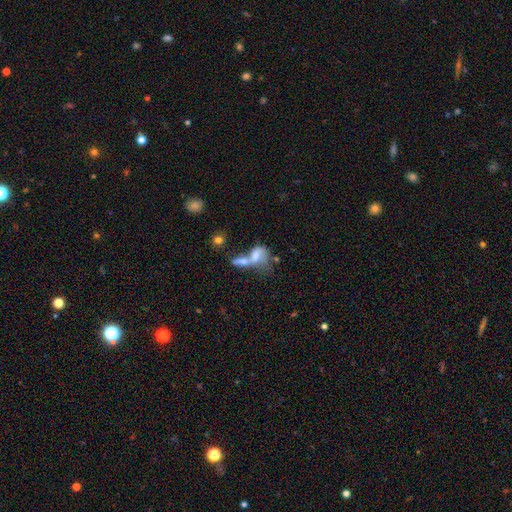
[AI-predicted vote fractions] This appears to be a smooth galaxy with no disk features (54%) that is in between round and cigar-shaped (75%). Merging: merger (64%).